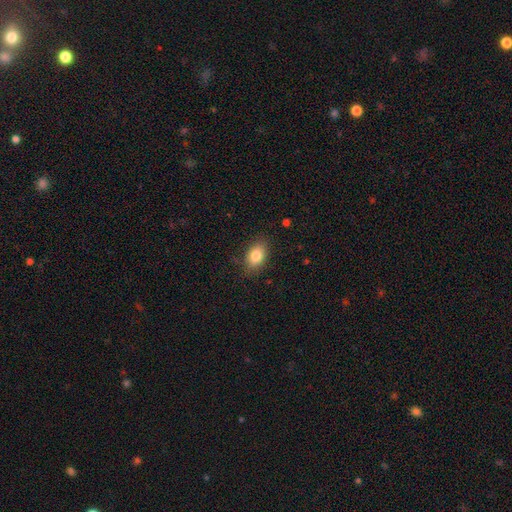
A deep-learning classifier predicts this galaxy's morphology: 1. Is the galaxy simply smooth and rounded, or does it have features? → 83% smooth, 9% featured or disk, 8% star or artifact.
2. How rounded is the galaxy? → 85% in between, 13% round, 2% cigar-shaped.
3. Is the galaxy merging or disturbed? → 83% none, 13% minor disturbance, 3% major disturbance, 1% merger.